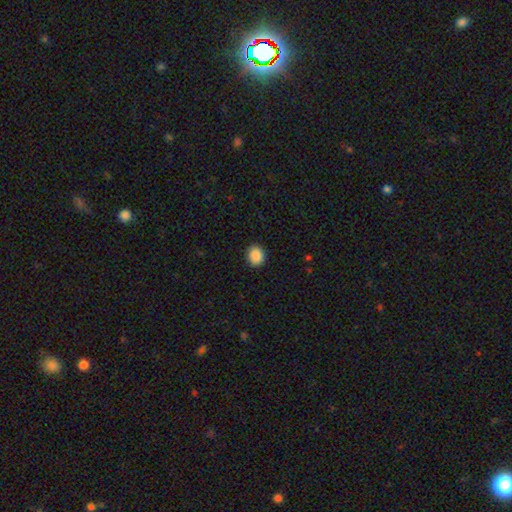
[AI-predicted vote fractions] The model was most divided on "how rounded": round: 66%, in between: 33%, cigar-shaped: 1%. More confident: merging — none (91%); smooth or featured — smooth (89%).